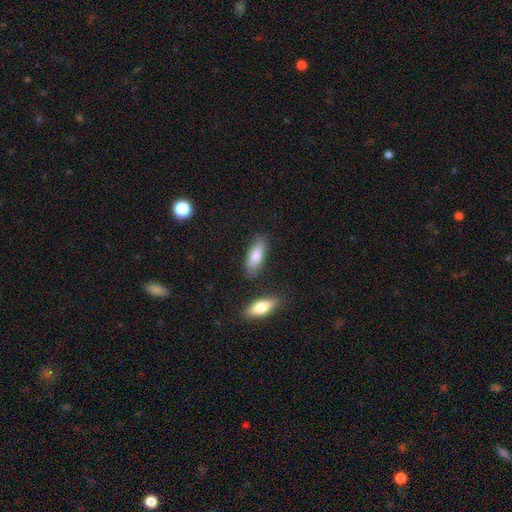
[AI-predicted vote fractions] Smooth or featured: smooth — 82% (featured or disk — 12%)
How rounded: in between — 69% (cigar-shaped — 29%)
Merging: none — 79% (minor disturbance — 13%)